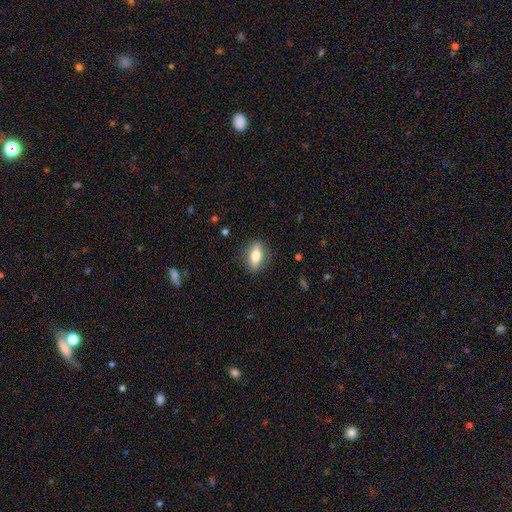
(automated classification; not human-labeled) Morphology: type=smooth (66%); roundness=in between (72%); merging=none (86%).